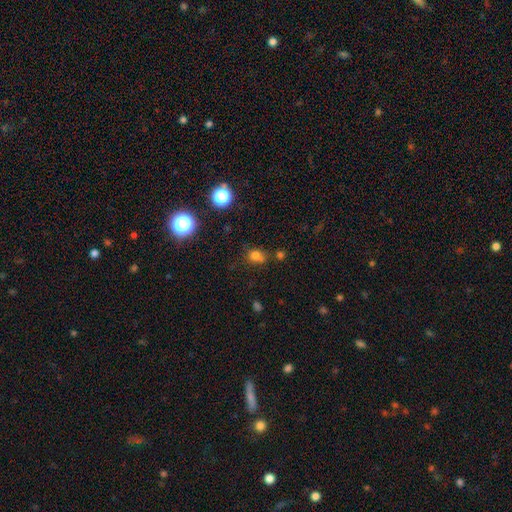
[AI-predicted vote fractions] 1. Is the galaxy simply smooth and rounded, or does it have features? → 71% smooth, 21% star or artifact, 8% featured or disk.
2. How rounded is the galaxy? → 59% round, 39% in between, 2% cigar-shaped.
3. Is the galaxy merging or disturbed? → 58% none, 20% minor disturbance, 15% merger, 7% major disturbance.